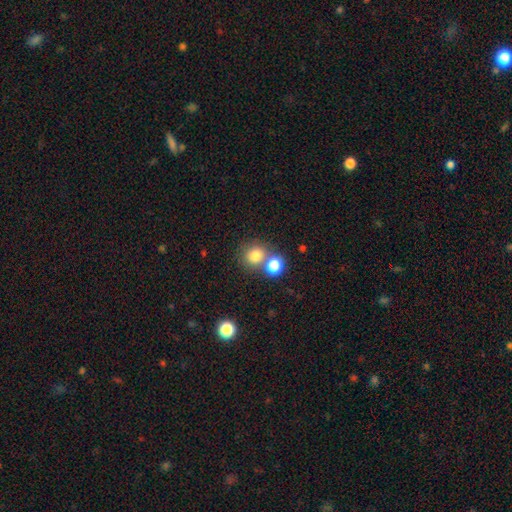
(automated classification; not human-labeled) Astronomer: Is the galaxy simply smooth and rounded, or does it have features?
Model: smooth — 79%.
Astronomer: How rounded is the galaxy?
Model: round — 82%.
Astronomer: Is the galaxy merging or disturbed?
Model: none — 53% (runner-up: merger, 36%).